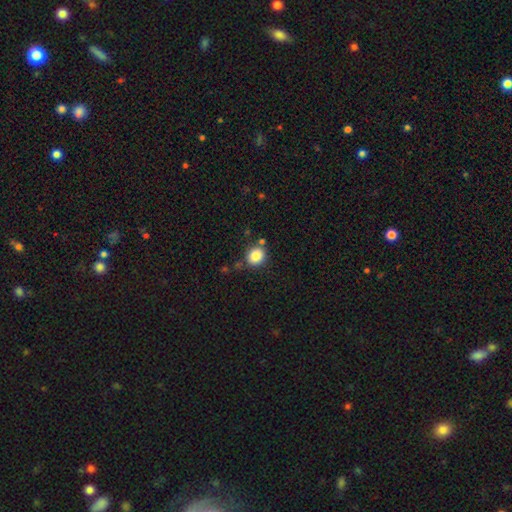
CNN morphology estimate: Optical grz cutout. It shows a smooth galaxy with no disk features (84%) that is round (79%). Merging: none (76%).